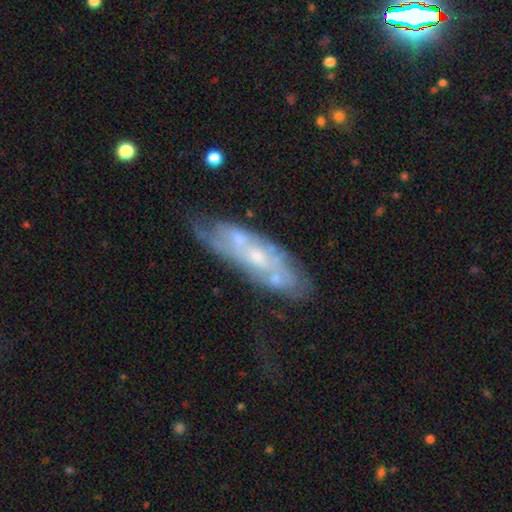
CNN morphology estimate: This appears to be a featured or disk galaxy (68%) with no bar (73%), spiral arms (56%) and a small central bulge (56%). Merging: none (52%).